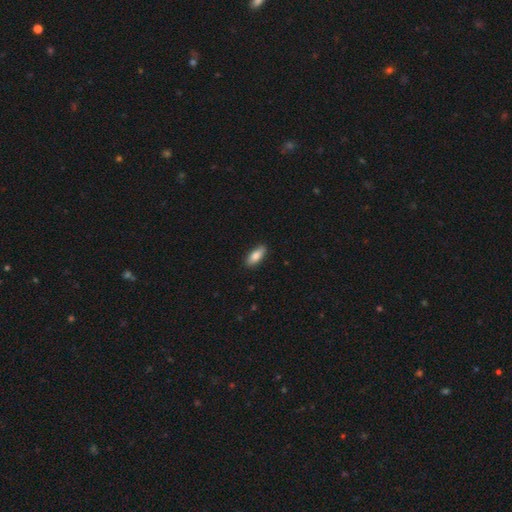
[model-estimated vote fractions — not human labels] Smooth or featured? Predicted: smooth (p=0.82). How rounded? Predicted: in between (p=0.79). Merging? Predicted: none (p=0.87).